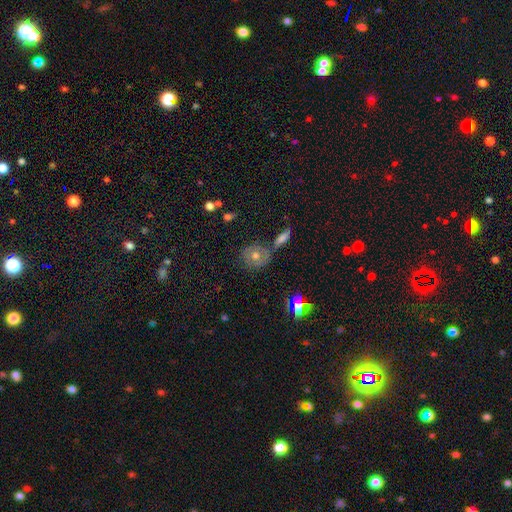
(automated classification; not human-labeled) The model was most divided on "smooth or featured": smooth: 42%, featured or disk: 40%, star or artifact: 17%. More confident: merging — none (72%).